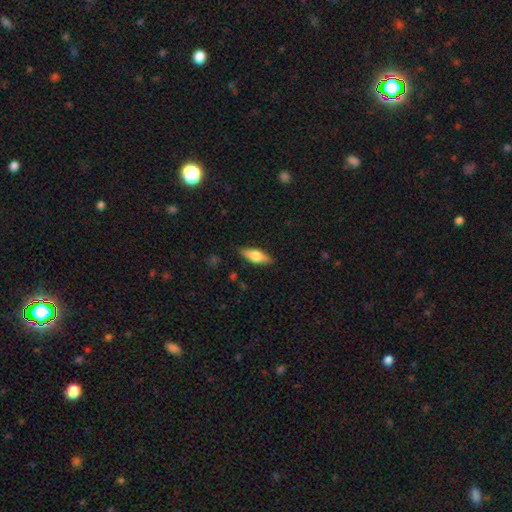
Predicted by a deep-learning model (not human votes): Smooth or featured? smooth (62%)
How rounded? in between (67%)
Merging? none (86%)